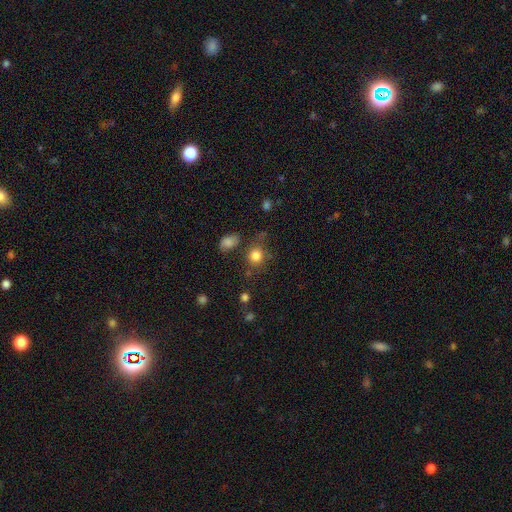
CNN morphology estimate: This appears to be a smooth galaxy with no disk features (82%) that is round (82%). Merging: none (70%).